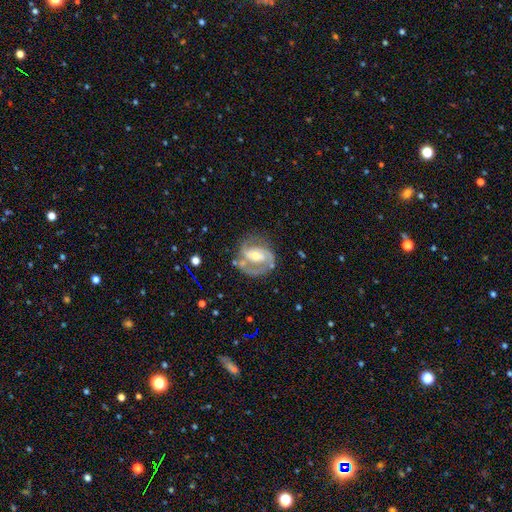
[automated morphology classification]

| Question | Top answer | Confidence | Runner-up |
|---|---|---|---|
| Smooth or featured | featured or disk | 86% | smooth (9%) |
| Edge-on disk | no | 97% | yes (3%) |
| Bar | weak | 41% | strong (31%) |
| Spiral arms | yes | 94% | no (6%) |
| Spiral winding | medium | 50% | tight (37%) |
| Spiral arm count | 2 | 80% | can't tell (7%) |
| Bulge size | moderate | 52% | small (41%) |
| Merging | none | 68% | minor disturbance (18%) |